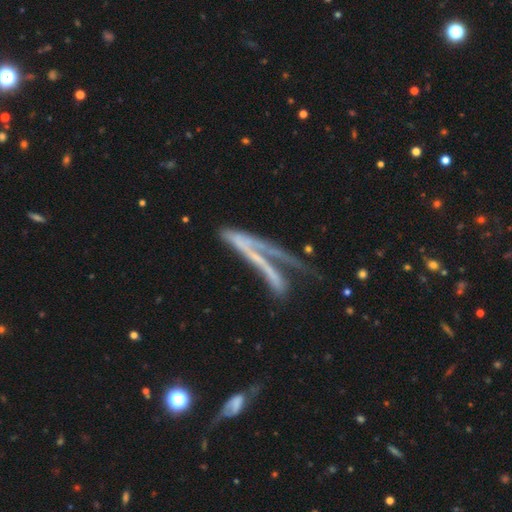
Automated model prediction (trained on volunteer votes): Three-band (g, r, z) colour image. It shows a featured or disk galaxy (60%) viewed edge-on (52%). Merging: merger (30%, tied with major disturbance).